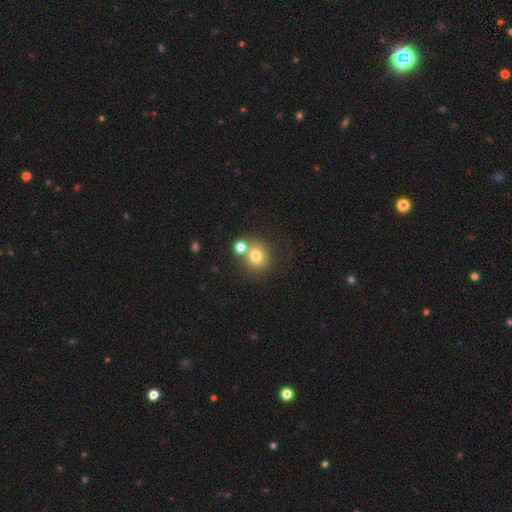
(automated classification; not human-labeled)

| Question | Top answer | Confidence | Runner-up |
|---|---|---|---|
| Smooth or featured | smooth | 76% | star or artifact (13%) |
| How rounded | round | 86% | in between (13%) |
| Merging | none | 59% | merger (28%) |